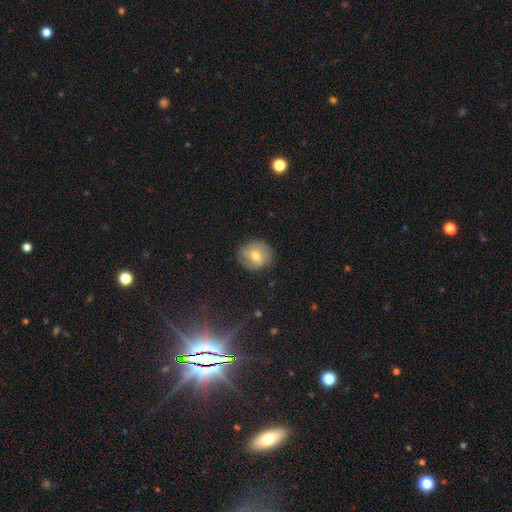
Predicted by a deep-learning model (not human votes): smooth 56%, featured or disk 34%, star or artifact 9%. Down the decision tree: how rounded — round (78%); merging — none (80%).